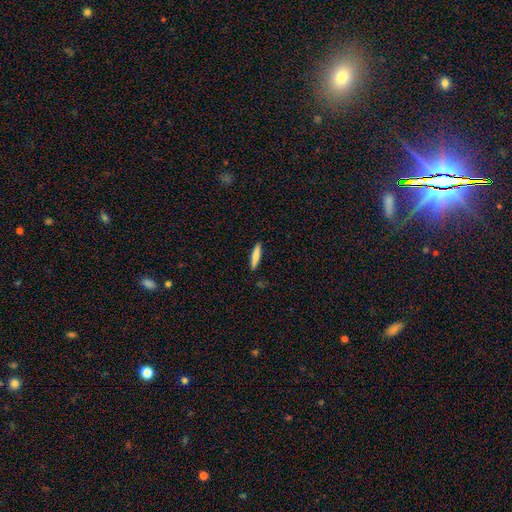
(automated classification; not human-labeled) smooth 78%, featured or disk 16%, star or artifact 6%. Down the decision tree: how rounded — cigar-shaped (87%); merging — none (90%).